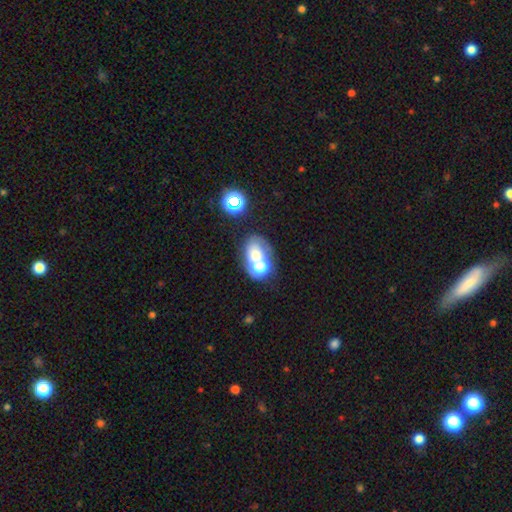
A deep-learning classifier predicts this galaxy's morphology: smooth-or-featured: smooth: 60% | featured or disk: 24% | star or artifact: 16%
  how-rounded: in between: 66% | round: 33% | cigar-shaped: 1%
  merging: merger: 49% | none: 31% | minor disturbance: 11% | major disturbance: 8%